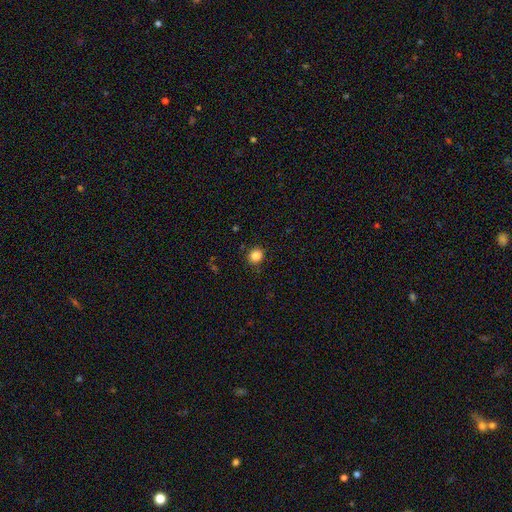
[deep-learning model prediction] The model was most divided on "how rounded": round: 84%, in between: 15%, cigar-shaped: 1%. More confident: merging — none (87%); smooth or featured — smooth (86%).